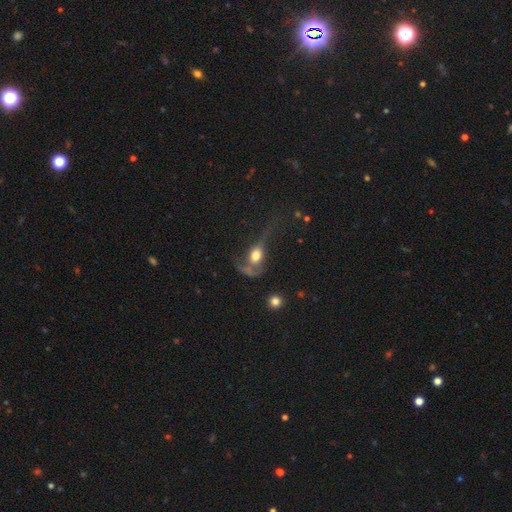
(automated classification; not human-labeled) A smooth galaxy with no disk features (50%).

Vote fractions:
- Smooth or featured? smooth: 50% / featured or disk: 39% / star or artifact: 11%
- Merging? major disturbance: 53% / none: 20% / minor disturbance: 14% / merger: 13%